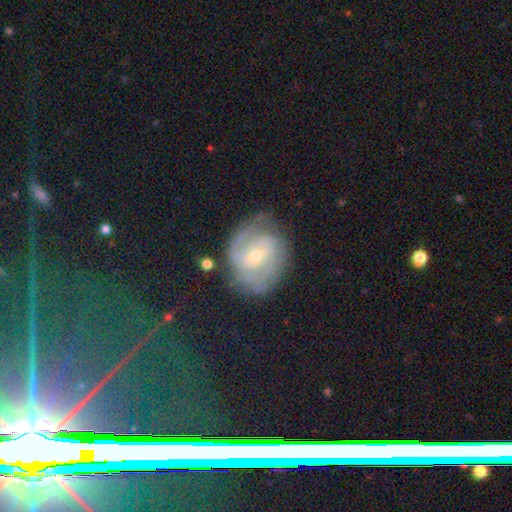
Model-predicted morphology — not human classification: This is likely a featured or disk galaxy (80%). It is clearly not viewed edge-on (97%). Bar: possibly no (49%). Spiral arm pattern: clearly yes (93%). Spiral arm count: marginally 2 (41%). Spiral winding: likely tight (62%). Central bulge: possibly small (59%). Merging: likely none (70%).